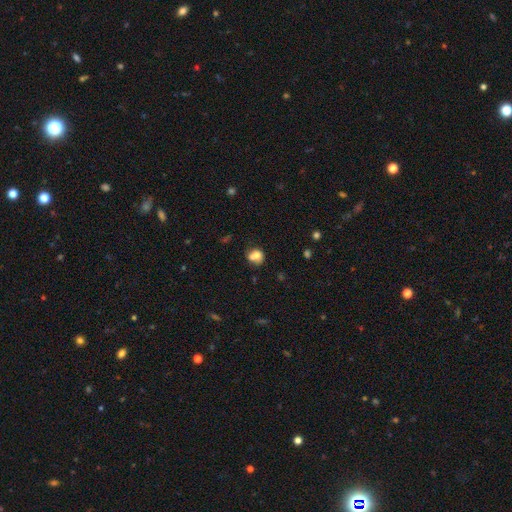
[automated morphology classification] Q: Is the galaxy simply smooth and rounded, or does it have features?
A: smooth — 72%.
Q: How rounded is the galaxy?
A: round — 68%.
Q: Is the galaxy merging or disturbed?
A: merger — 48%.